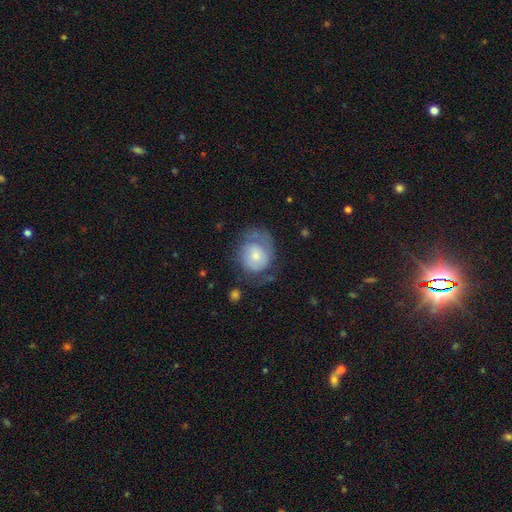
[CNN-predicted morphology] Smooth or featured: featured or disk — 49% (smooth — 44%)
Merging: none — 44% (minor disturbance — 27%)